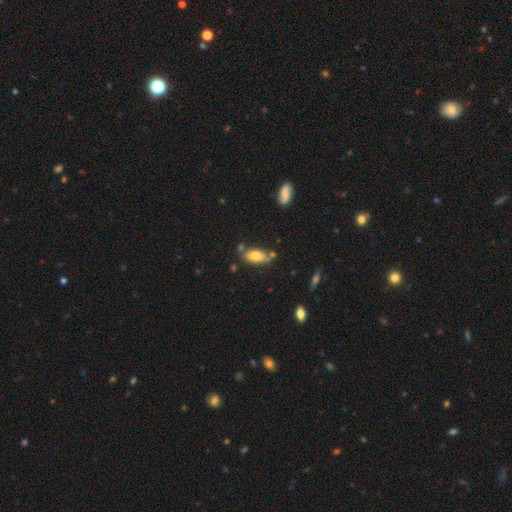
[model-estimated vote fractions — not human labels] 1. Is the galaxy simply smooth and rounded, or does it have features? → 76% smooth, 16% featured or disk, 8% star or artifact.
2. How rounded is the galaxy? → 86% in between, 11% cigar-shaped, 3% round.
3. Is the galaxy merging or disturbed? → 66% none, 17% minor disturbance, 14% merger, 4% major disturbance.